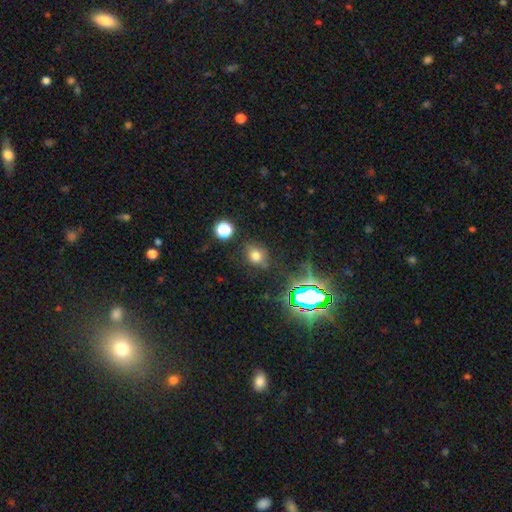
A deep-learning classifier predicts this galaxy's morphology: A smooth galaxy with no disk features (63%) that is round (60%). Merging: none (71%).